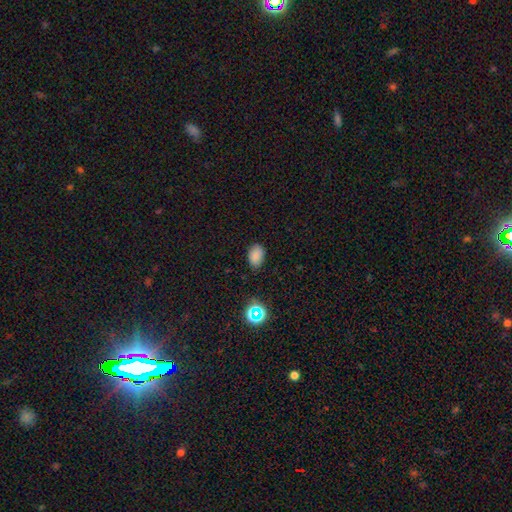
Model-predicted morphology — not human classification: Q: Smooth or featured?
A: smooth (82%); runner-up: star or artifact (14%)
Q: How rounded?
A: in between (86%); runner-up: round (13%)
Q: Merging?
A: none (81%); runner-up: minor disturbance (14%)